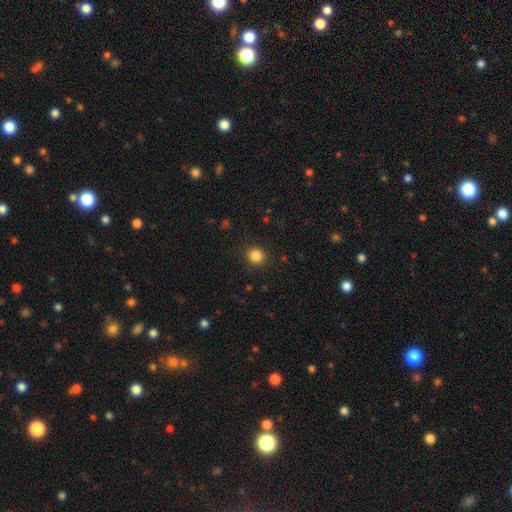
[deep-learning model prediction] A smooth galaxy with no disk features (84%) that is round (87%).

Vote fractions:
- Smooth or featured? smooth: 84% / star or artifact: 12% / featured or disk: 4%
- How rounded? round: 87% / in between: 13% / cigar-shaped: 1%
- Merging? none: 90% / minor disturbance: 6% / major disturbance: 2% / merger: 1%